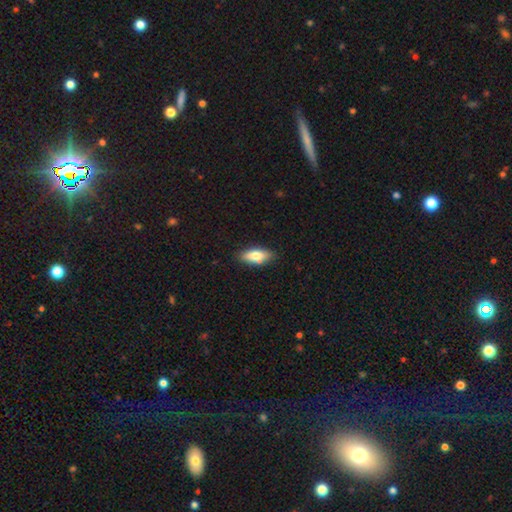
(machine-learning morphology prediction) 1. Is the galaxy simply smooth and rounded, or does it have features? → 73% smooth, 20% featured or disk, 7% star or artifact.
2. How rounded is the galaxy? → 78% in between, 19% cigar-shaped, 3% round.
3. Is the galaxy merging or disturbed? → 82% none, 12% minor disturbance, 3% merger, 2% major disturbance.